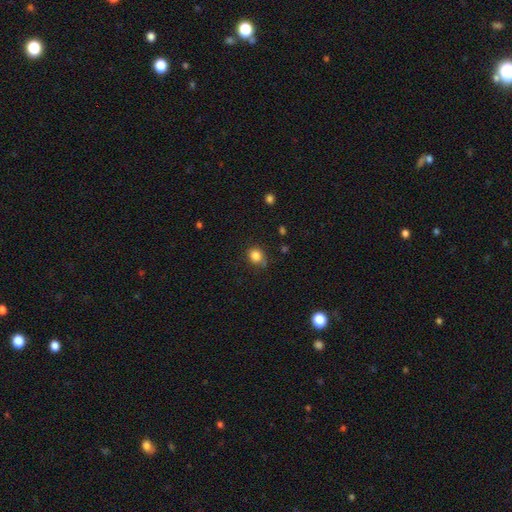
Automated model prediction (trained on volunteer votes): A smooth galaxy with no disk features (84%) that is round (72%). Merging: none (72%).